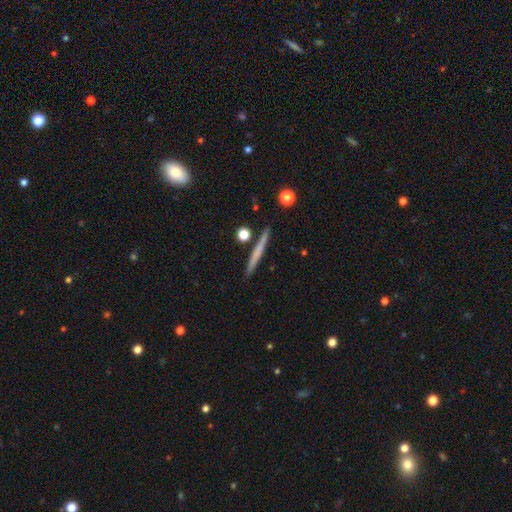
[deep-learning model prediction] A smooth galaxy with no disk features (54%) that is cigar-shaped (95%).

Vote fractions:
- Smooth or featured? smooth: 54% / featured or disk: 39% / star or artifact: 7%
- How rounded? cigar-shaped: 95% / in between: 2% / round: 2%
- Merging? none: 90% / minor disturbance: 7% / merger: 2% / major disturbance: 2%